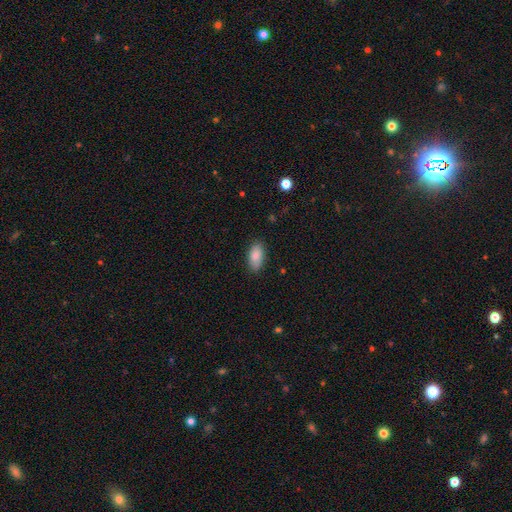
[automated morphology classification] type=smooth (87%); roundness=in between (91%); merging=none (83%).